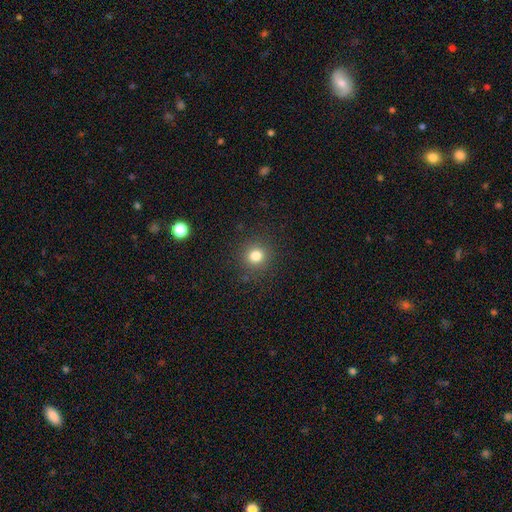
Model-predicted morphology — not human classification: A smooth galaxy with no disk features (80%) that is round (91%). Merging: none (89%).